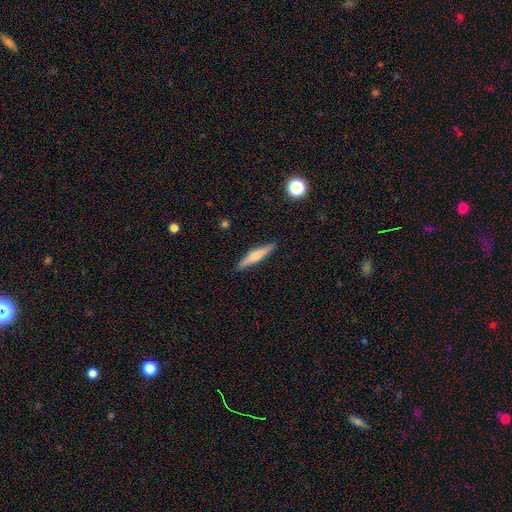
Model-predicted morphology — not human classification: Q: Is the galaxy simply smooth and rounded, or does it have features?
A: smooth — 52%.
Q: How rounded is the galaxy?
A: cigar-shaped — 88%.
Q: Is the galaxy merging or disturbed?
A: none — 88%.